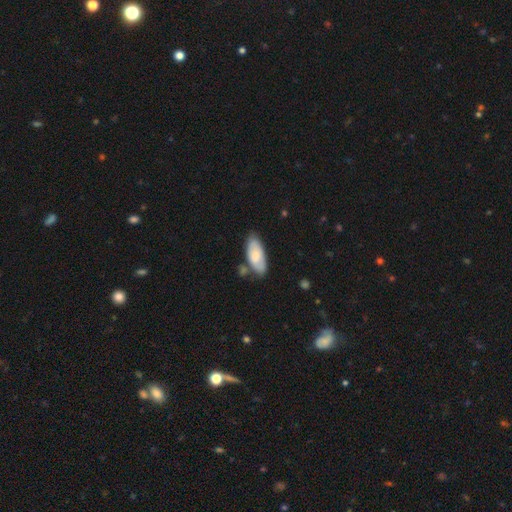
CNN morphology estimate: Smooth or featured? Predicted: smooth (p=0.73). How rounded? Predicted: in between (p=0.86). Merging? Predicted: none (p=0.64).